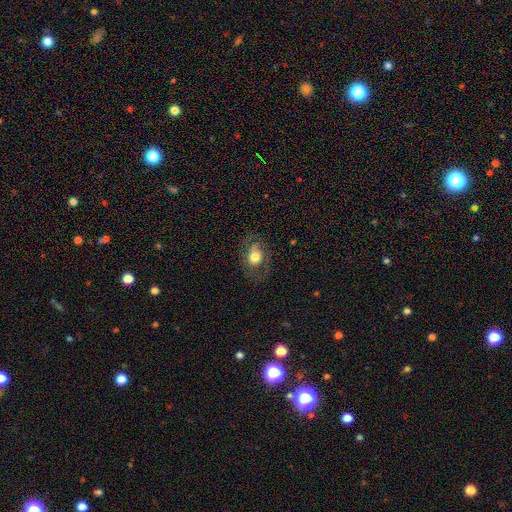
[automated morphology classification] Smooth or featured: smooth — 51% (featured or disk — 40%)
How rounded: in between — 51% (round — 47%)
Merging: none — 70% (minor disturbance — 16%)